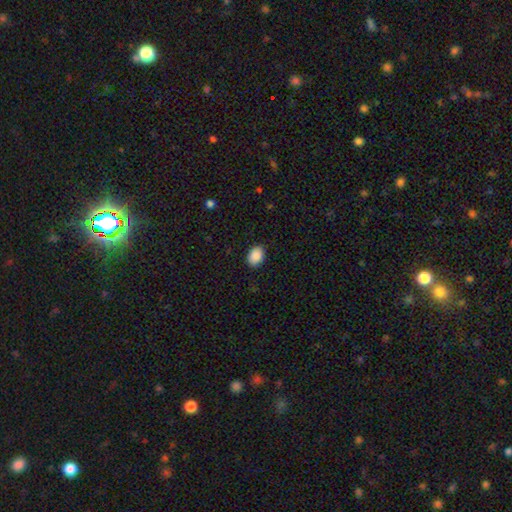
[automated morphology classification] Smooth or featured: smooth — 90% (star or artifact — 7%)
How rounded: in between — 78% (round — 21%)
Merging: none — 87% (minor disturbance — 9%)